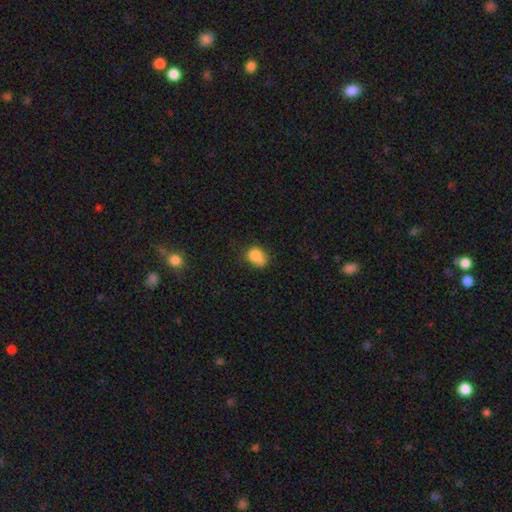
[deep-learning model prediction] Morphology: type=smooth (82%); roundness=in between (68%); merging=none (44%).